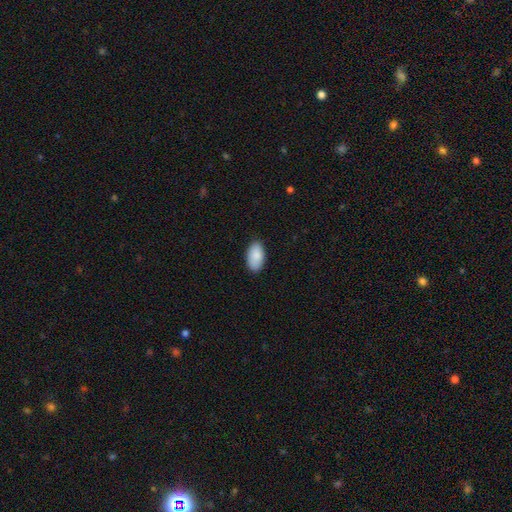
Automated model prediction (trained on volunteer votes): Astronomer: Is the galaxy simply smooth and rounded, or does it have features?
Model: smooth — 89%.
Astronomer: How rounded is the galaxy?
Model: in between — 95%.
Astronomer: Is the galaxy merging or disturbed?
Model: none — 86%.